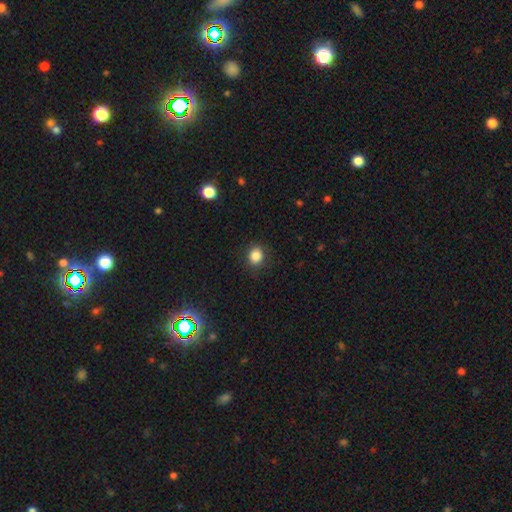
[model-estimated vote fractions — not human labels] A smooth galaxy with no disk features (84%) that is round (73%).

Vote fractions:
- Smooth or featured? smooth: 84% / star or artifact: 11% / featured or disk: 5%
- How rounded? round: 73% / in between: 26% / cigar-shaped: 1%
- Merging? none: 87% / minor disturbance: 9% / major disturbance: 3% / merger: 1%